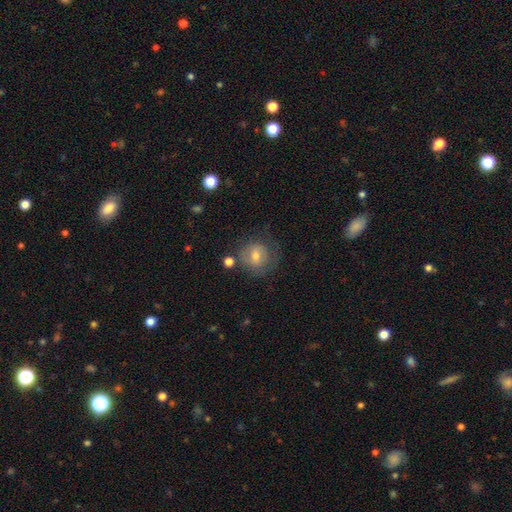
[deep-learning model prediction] Smooth or featured? Predicted: smooth (p=0.64). How rounded? Predicted: round (p=0.84). Merging? Predicted: none (p=0.63).